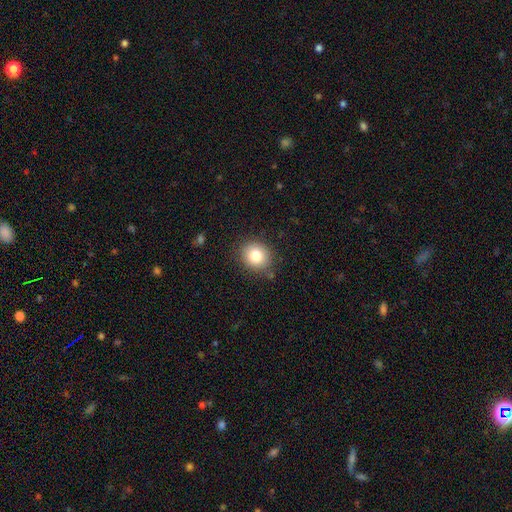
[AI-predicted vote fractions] Smooth or featured?
  - smooth: 82% *
  - star or artifact: 10%
  - featured or disk: 8%
How rounded?
  - round: 78% *
  - in between: 21%
  - cigar-shaped: 1%
Merging?
  - none: 85% *
  - minor disturbance: 11%
  - major disturbance: 3%
  - merger: 2%